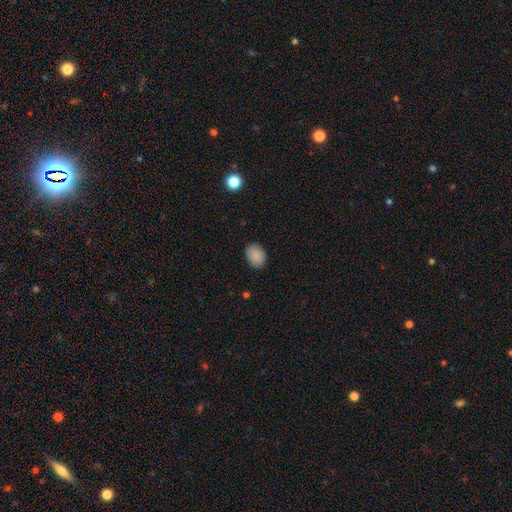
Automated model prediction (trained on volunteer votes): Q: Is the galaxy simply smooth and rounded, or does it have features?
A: smooth — 88%.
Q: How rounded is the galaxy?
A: in between — 62%.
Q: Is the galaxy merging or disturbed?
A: none — 86%.